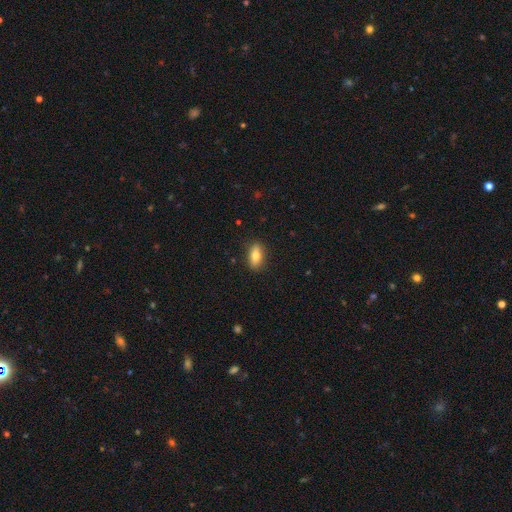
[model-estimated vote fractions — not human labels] The model was most divided on "smooth or featured": smooth: 73%, featured or disk: 19%, star or artifact: 7%. More confident: merging — none (86%); how rounded — in between (79%).